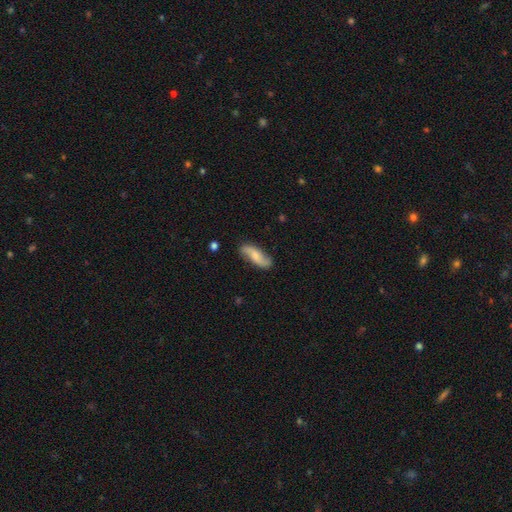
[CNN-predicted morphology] Overall: featured or disk (56%; smooth 38%). Edge-on disk: no (89%). Merging: none (79%).